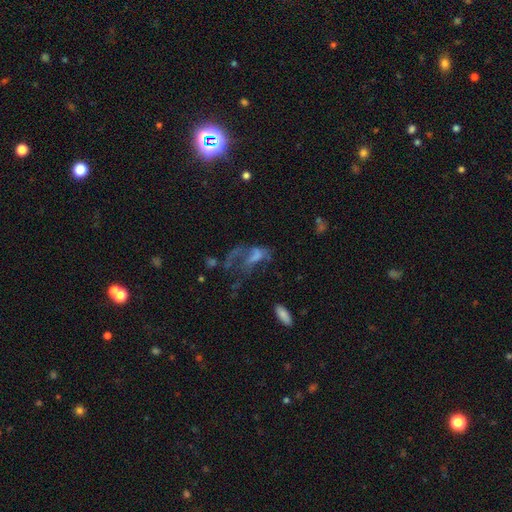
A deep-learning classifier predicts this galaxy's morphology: A featured or disk galaxy (48%). Merging: major disturbance (56%).